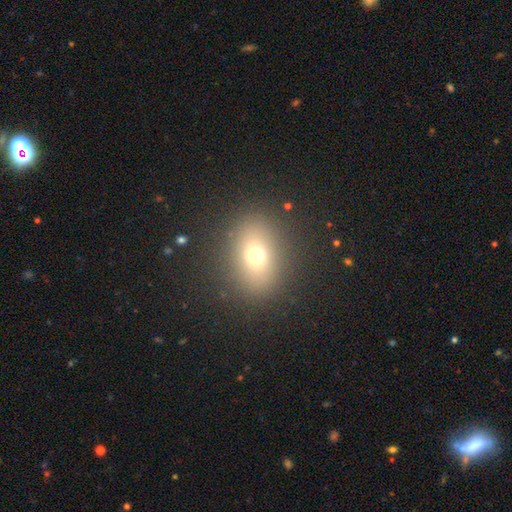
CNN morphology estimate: This is likely a smooth galaxy (68%). How rounded: possibly round (50%). Merging: clearly none (85%).